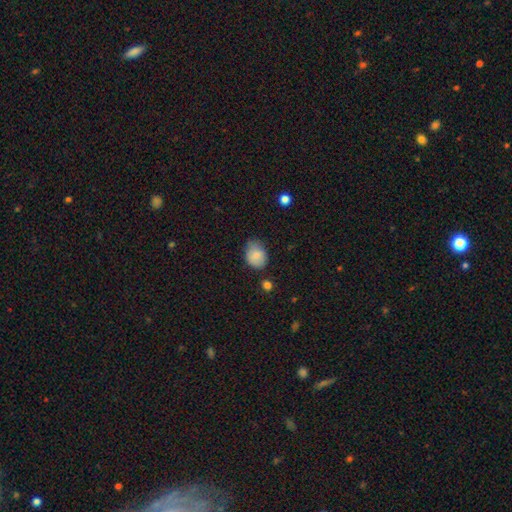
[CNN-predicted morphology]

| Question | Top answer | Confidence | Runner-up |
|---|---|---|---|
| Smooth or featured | smooth | 84% | featured or disk (8%) |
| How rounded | in between | 69% | round (30%) |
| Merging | none | 62% | minor disturbance (29%) |